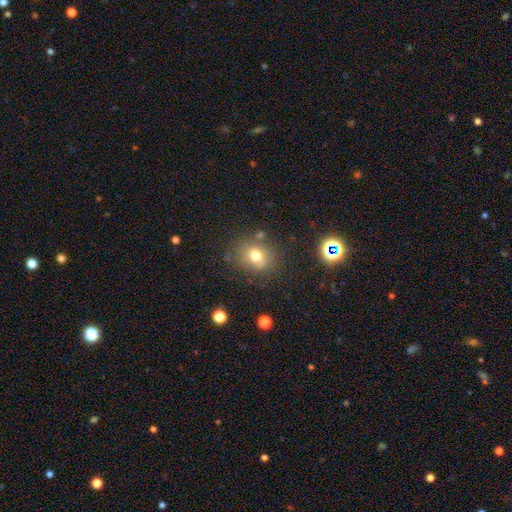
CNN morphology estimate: Smooth or featured: smooth — 71% (star or artifact — 16%)
How rounded: round — 70% (in between — 29%)
Merging: none — 74% (minor disturbance — 15%)